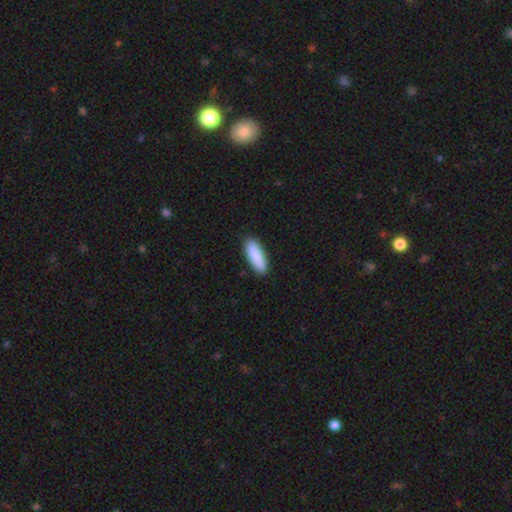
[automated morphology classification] Q: Smooth or featured?
A: smooth (90%); runner-up: star or artifact (5%)
Q: How rounded?
A: in between (59%); runner-up: cigar-shaped (39%)
Q: Merging?
A: none (90%); runner-up: minor disturbance (8%)